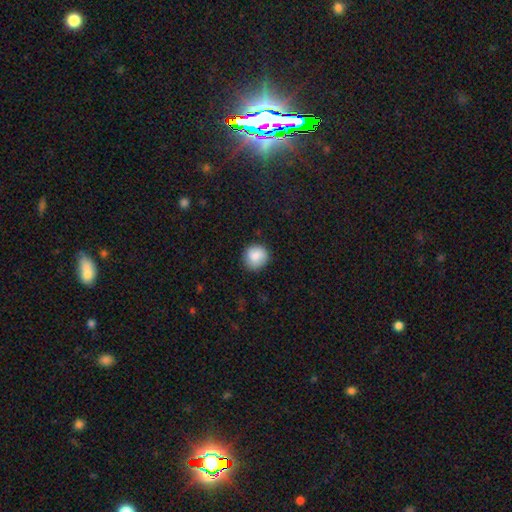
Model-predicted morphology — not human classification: Q: Smooth or featured?
A: smooth (86%); runner-up: star or artifact (8%)
Q: How rounded?
A: round (89%); runner-up: in between (10%)
Q: Merging?
A: none (84%); runner-up: minor disturbance (12%)